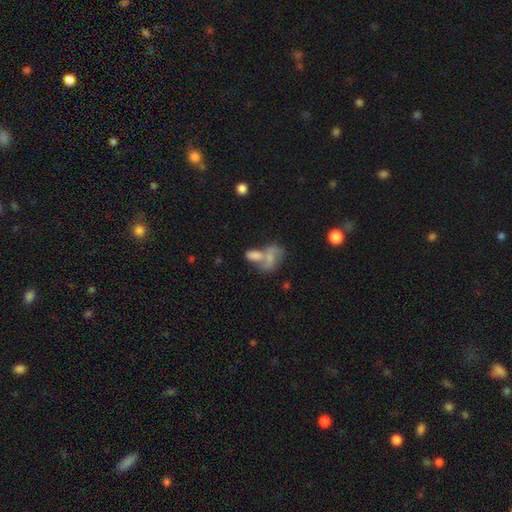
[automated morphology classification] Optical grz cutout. It shows a smooth galaxy with no disk features (63%) that is in between round and cigar-shaped (85%). Merging: merger (60%).